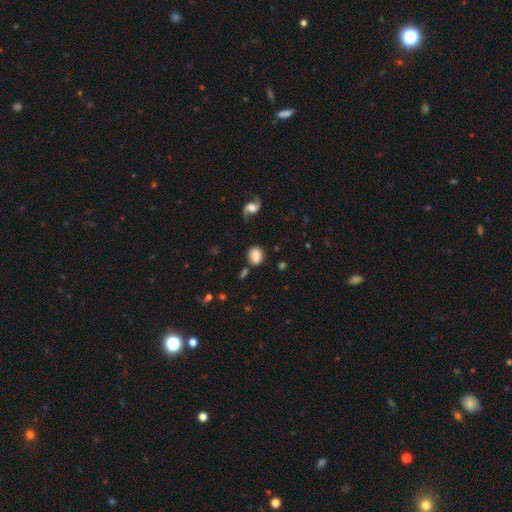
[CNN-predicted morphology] This appears to be a smooth galaxy with no disk features (80%) that is in between round and cigar-shaped (55%). Merging: none (72%).